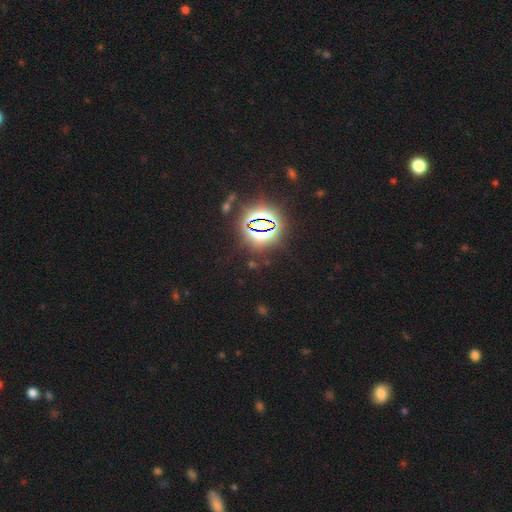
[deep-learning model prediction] This is clearly a star or artifact rather than a galaxy (83%).